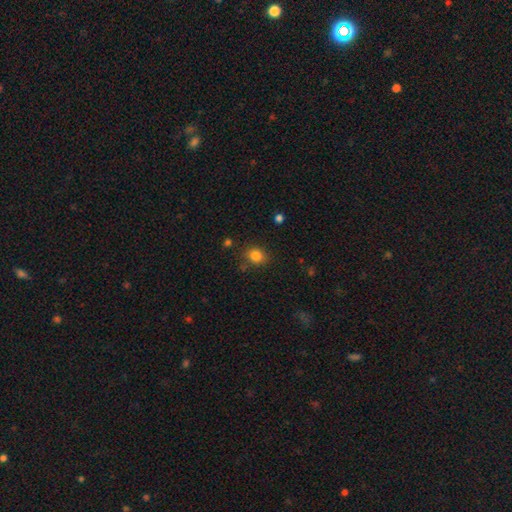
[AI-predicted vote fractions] Morphology: type=smooth (83%); roundness=round (67%); merging=none (80%).